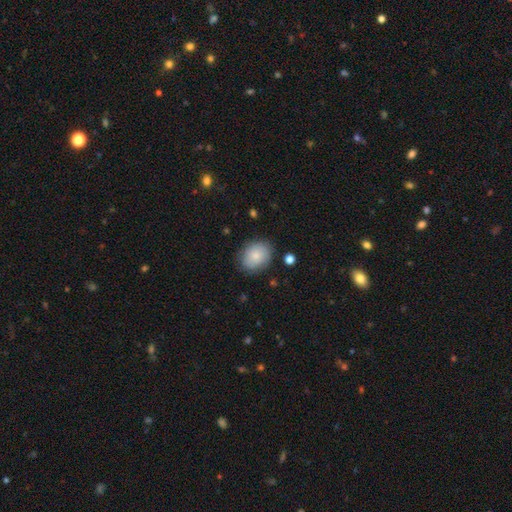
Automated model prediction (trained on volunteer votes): Smooth or featured?
  - smooth: 82% *
  - featured or disk: 11%
  - star or artifact: 7%
How rounded?
  - in between: 52% *
  - round: 47%
  - cigar-shaped: 1%
Merging?
  - none: 81% *
  - minor disturbance: 14%
  - major disturbance: 4%
  - merger: 2%